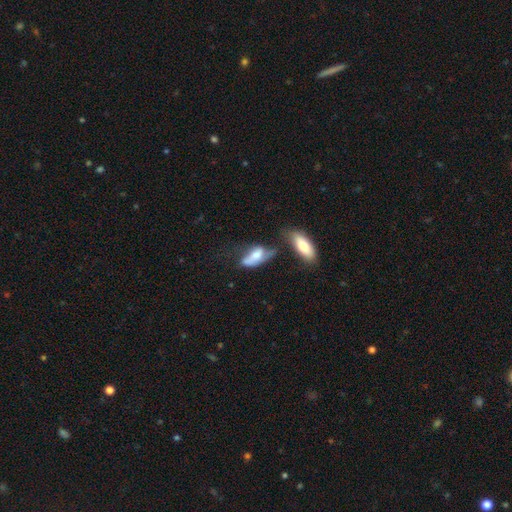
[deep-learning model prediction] A smooth galaxy with no disk features (55%) that is in between round and cigar-shaped (79%).

Vote fractions:
- Smooth or featured? smooth: 55% / featured or disk: 37% / star or artifact: 8%
- How rounded? in between: 79% / cigar-shaped: 18% / round: 3%
- Merging? merger: 26% (tied) / major disturbance: 26% (tied) / none: 25% / minor disturbance: 23%